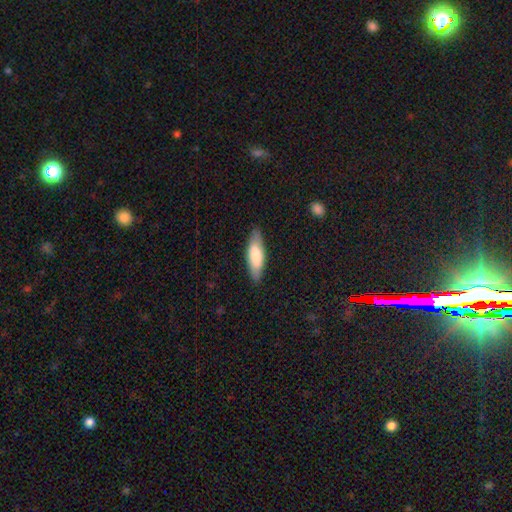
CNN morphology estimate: smooth-or-featured: smooth: 74% | featured or disk: 21% | star or artifact: 5%
  how-rounded: in between: 53% | cigar-shaped: 45% | round: 2%
  merging: none: 86% | minor disturbance: 11% | major disturbance: 2% | merger: 1%